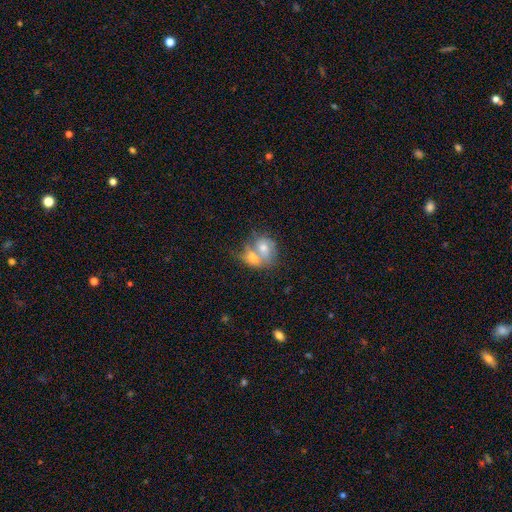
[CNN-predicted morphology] type=smooth (58%); roundness=in between (55%); merging=merger (73%).